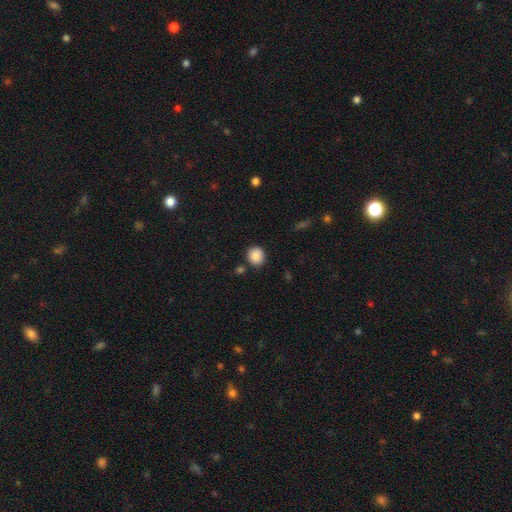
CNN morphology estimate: This is clearly a smooth galaxy (87%). How rounded: clearly round (83%). Merging: clearly none (84%).